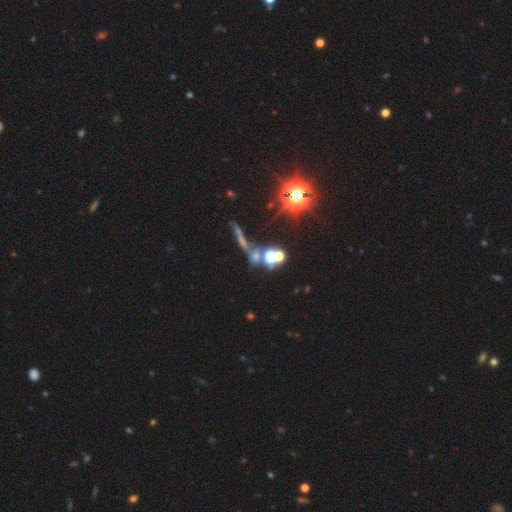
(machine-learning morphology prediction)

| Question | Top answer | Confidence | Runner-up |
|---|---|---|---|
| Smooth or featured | star or artifact | 45% | smooth (36%) |